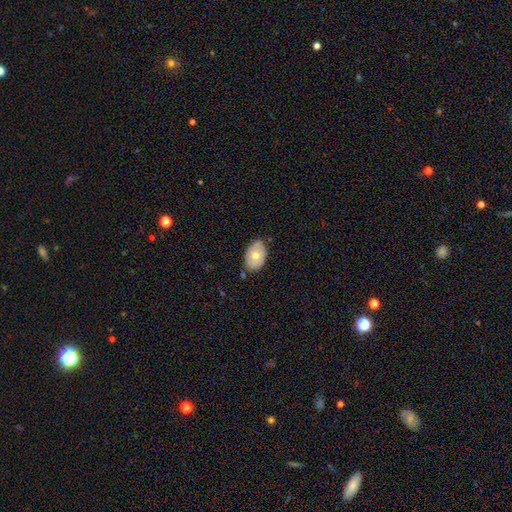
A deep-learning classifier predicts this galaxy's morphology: A smooth galaxy with no disk features (54%) that is in between round and cigar-shaped (82%).

Vote fractions:
- Smooth or featured? smooth: 54% / featured or disk: 39% / star or artifact: 7%
- How rounded? in between: 82% / round: 17% / cigar-shaped: 1%
- Merging? none: 73% / minor disturbance: 20% / major disturbance: 3% / merger: 3%